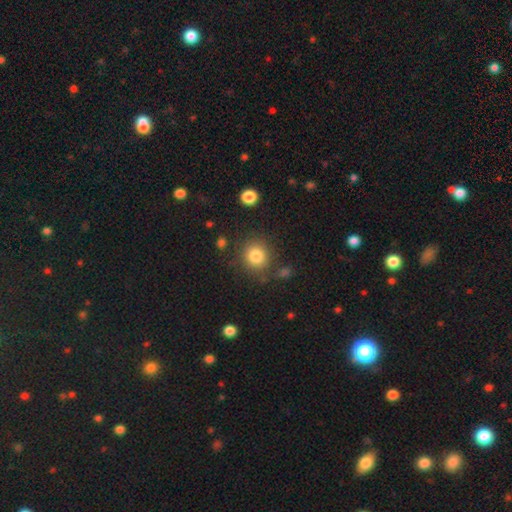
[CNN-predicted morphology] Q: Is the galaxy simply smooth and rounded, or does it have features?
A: smooth — 82%.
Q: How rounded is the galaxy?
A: round — 88%.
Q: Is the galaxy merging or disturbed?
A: none — 82%.